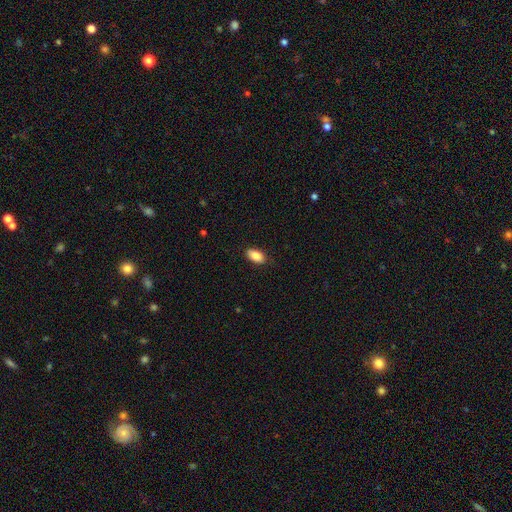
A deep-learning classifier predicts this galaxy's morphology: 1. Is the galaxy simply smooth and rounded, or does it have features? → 87% smooth, 7% star or artifact, 6% featured or disk.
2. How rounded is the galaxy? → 92% in between, 4% round, 4% cigar-shaped.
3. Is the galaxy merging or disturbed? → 86% none, 11% minor disturbance, 2% major disturbance, 1% merger.